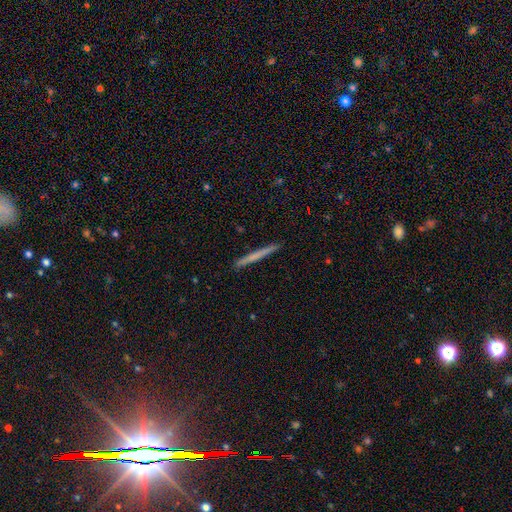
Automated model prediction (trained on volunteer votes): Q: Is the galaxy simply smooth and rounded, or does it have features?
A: smooth — 58%.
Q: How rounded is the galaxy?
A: cigar-shaped — 97%.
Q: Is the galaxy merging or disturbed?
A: none — 92%.